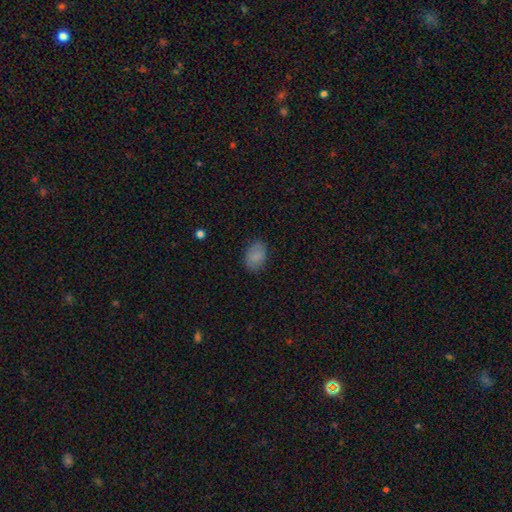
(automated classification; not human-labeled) Smooth or featured: smooth — 83% (star or artifact — 9%)
How rounded: in between — 83% (round — 16%)
Merging: none — 81% (minor disturbance — 15%)